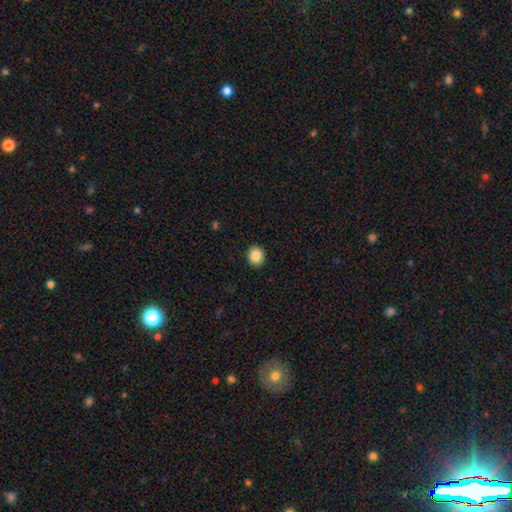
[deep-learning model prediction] smooth 86%, star or artifact 9%, featured or disk 5%. Down the decision tree: how rounded — round (71%); merging — none (92%).